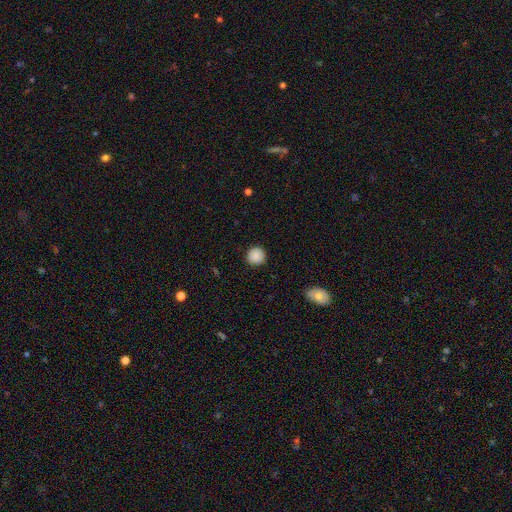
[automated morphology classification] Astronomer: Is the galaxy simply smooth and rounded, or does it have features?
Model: smooth — 88%.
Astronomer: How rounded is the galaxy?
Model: round — 94%.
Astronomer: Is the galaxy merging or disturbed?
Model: none — 91%.